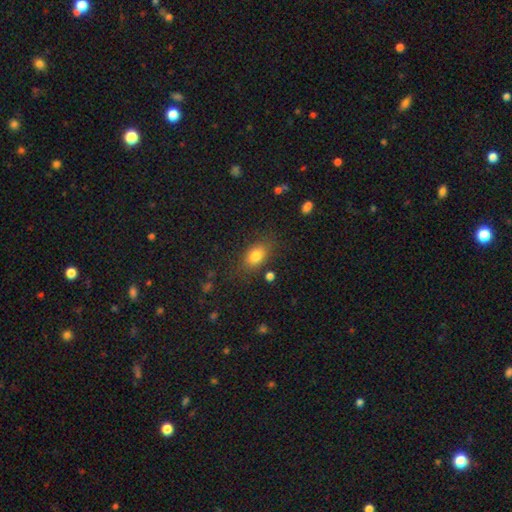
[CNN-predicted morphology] smooth-or-featured: smooth: 81% | star or artifact: 10% | featured or disk: 9%
  how-rounded: in between: 80% | round: 17% | cigar-shaped: 3%
  merging: none: 76% | minor disturbance: 15% | major disturbance: 6% | merger: 3%